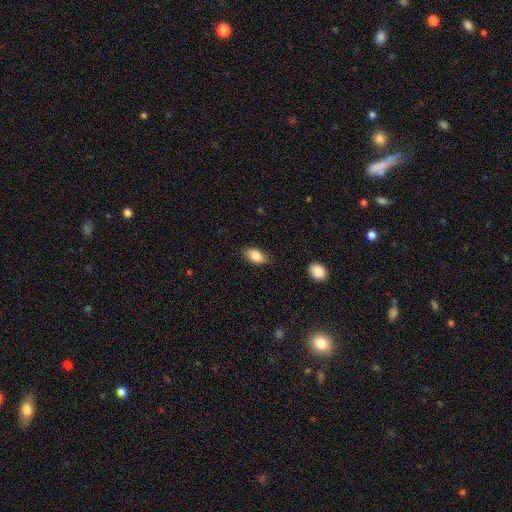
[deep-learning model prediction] This appears to be a smooth galaxy with no disk features (85%) that is in between round and cigar-shaped (90%). Merging: none (82%).